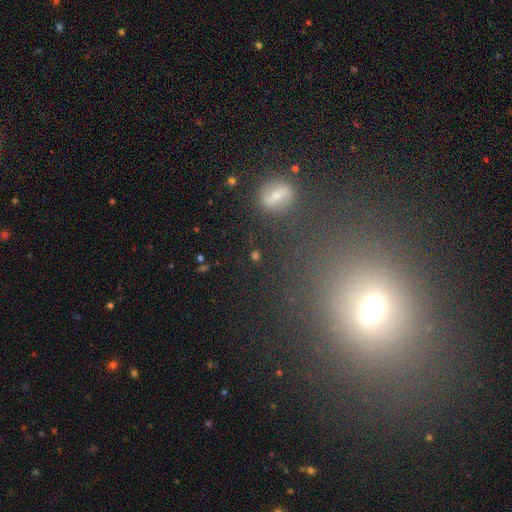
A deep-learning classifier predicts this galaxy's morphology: Smooth or featured? Predicted: smooth (p=0.40). Merging? Predicted: none (p=0.81).